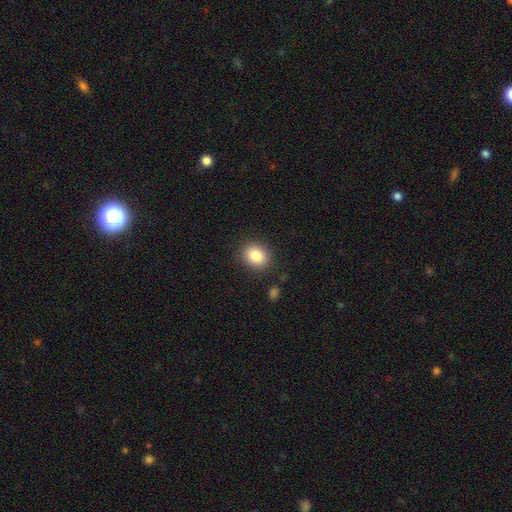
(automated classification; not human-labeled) Smooth or featured? smooth (84%)
How rounded? round (59%)
Merging? none (87%)